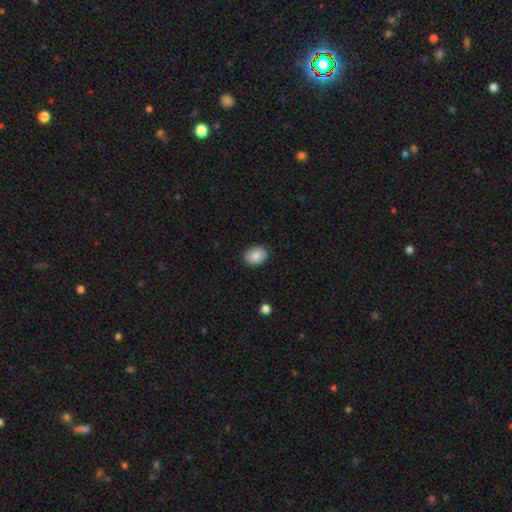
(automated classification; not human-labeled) Smooth or featured? smooth (87%)
How rounded? in between (61%)
Merging? none (86%)